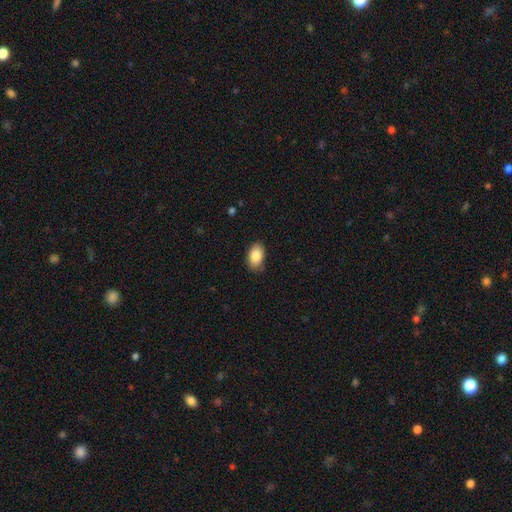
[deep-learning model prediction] smooth_or_featured: smooth (p=0.86) [alt: featured or disk p=0.07]
how_rounded: in between (p=0.91) [alt: round p=0.07]
merging: none (p=0.84) [alt: minor disturbance p=0.13]